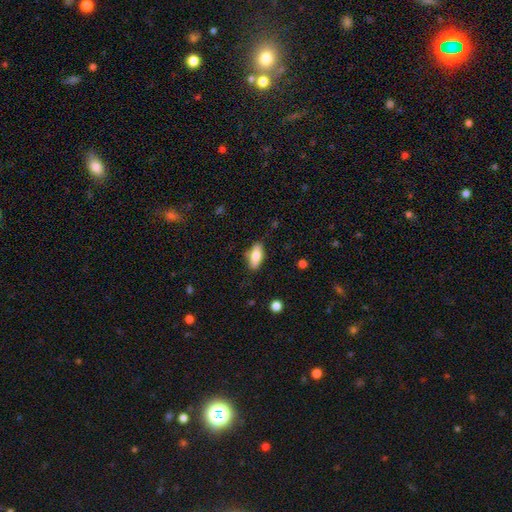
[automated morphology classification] Smooth or featured? Predicted: smooth (p=0.76). How rounded? Predicted: in between (p=0.80). Merging? Predicted: none (p=0.81).